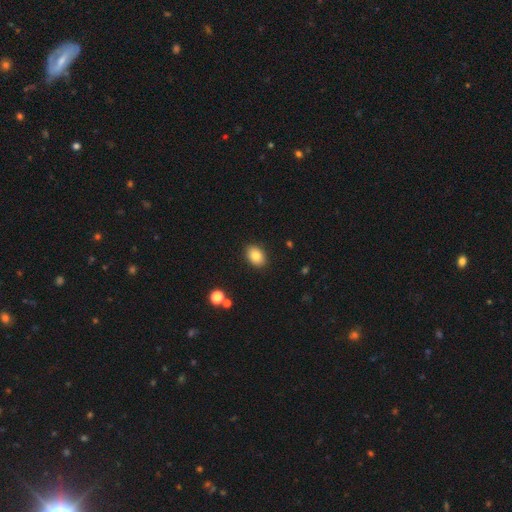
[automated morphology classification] Smooth or featured? Predicted: smooth (p=0.83). How rounded? Predicted: in between (p=0.78). Merging? Predicted: none (p=0.89).